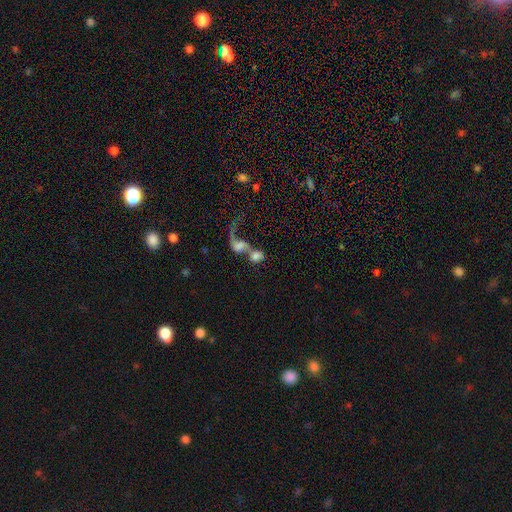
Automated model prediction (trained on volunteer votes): smooth_or_featured: smooth (p=0.52) [alt: featured or disk p=0.37]
how_rounded: in between (p=0.51) [alt: round p=0.44]
merging: merger (p=0.74) [alt: major disturbance p=0.12]